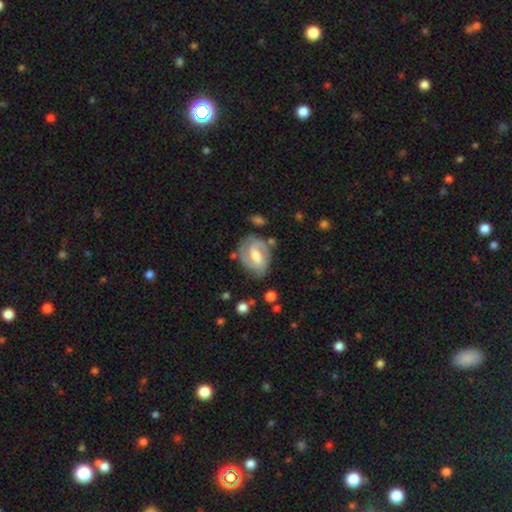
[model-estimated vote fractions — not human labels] This is likely a featured or disk galaxy (76%). It is clearly not viewed edge-on (97%). Bar: possibly weak (52%). Spiral arm pattern: clearly yes (91%). Spiral arm count: likely 2 (73%). Spiral winding: marginally medium (44%). Central bulge: possibly moderate (58%). Merging: likely none (68%).